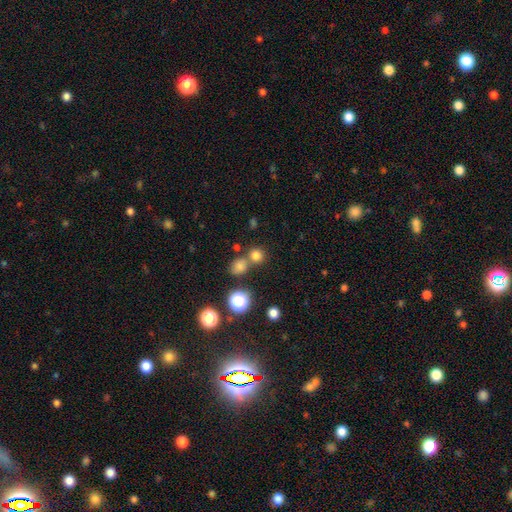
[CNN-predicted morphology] The model was most divided on "merging": none: 62%, merger: 27%, minor disturbance: 7%, major disturbance: 3%. More confident: how rounded — round (86%); smooth or featured — smooth (73%).